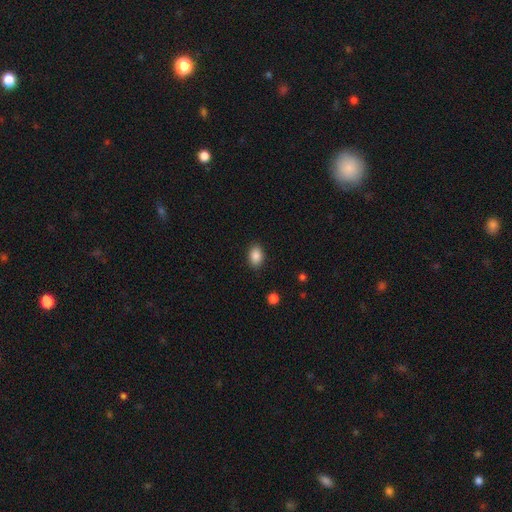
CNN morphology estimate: Smooth or featured? smooth (88%)
How rounded? in between (82%)
Merging? none (87%)